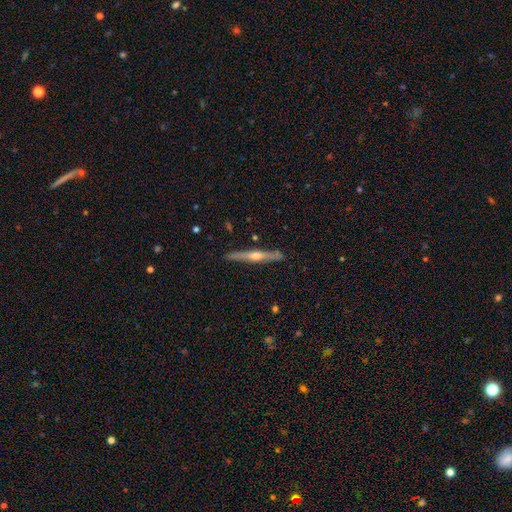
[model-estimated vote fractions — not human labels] Q: Smooth or featured?
A: featured or disk (76%); runner-up: smooth (18%)
Q: Edge-on disk?
A: yes (98%); runner-up: no (2%)
Q: Edge-on bulge?
A: rounded (90%); runner-up: none (7%)
Q: Merging?
A: none (90%); runner-up: minor disturbance (7%)